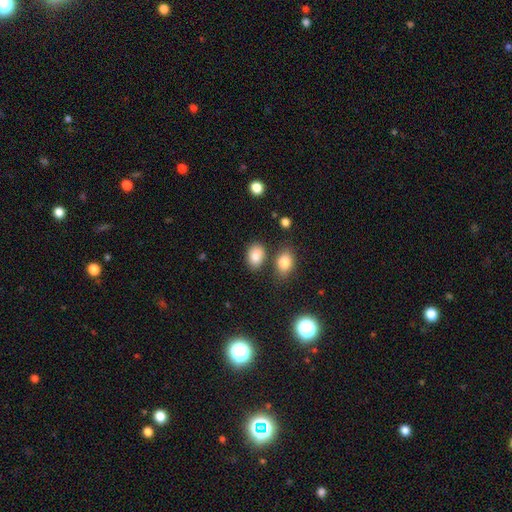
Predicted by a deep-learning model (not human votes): Smooth or featured? Predicted: smooth (p=0.86). How rounded? Predicted: in between (p=0.81). Merging? Predicted: none (p=0.70).